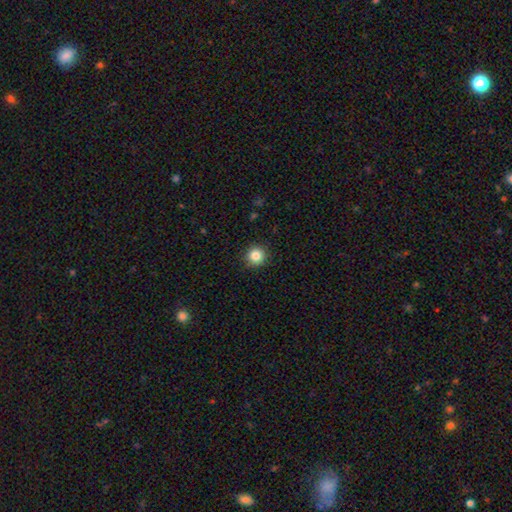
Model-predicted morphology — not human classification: Smooth or featured? smooth (85%)
How rounded? round (95%)
Merging? none (91%)